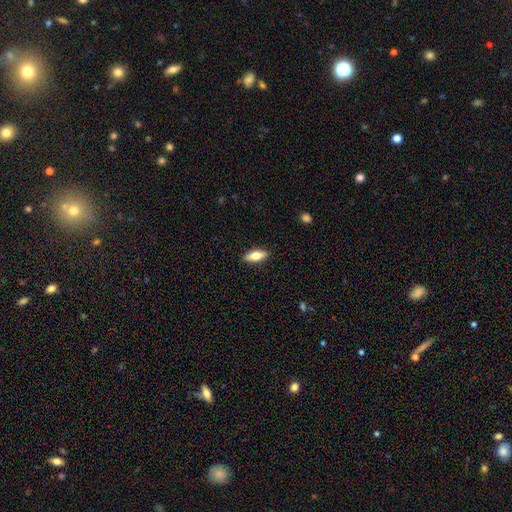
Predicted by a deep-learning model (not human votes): Smooth or featured? smooth (65%)
How rounded? in between (73%)
Merging? none (89%)